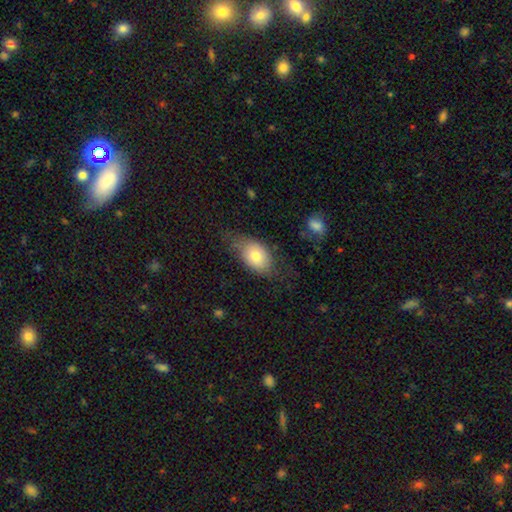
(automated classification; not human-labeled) smooth 71%, featured or disk 22%, star or artifact 7%. Down the decision tree: how rounded — in between (84%); merging — none (52%).